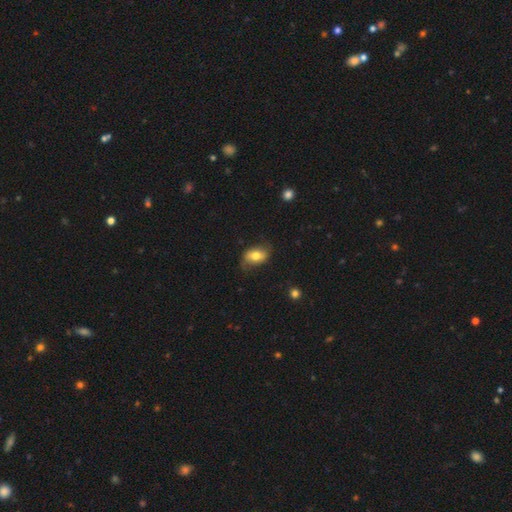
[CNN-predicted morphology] type=smooth (61%); roundness=in between (86%); merging=none (66%).